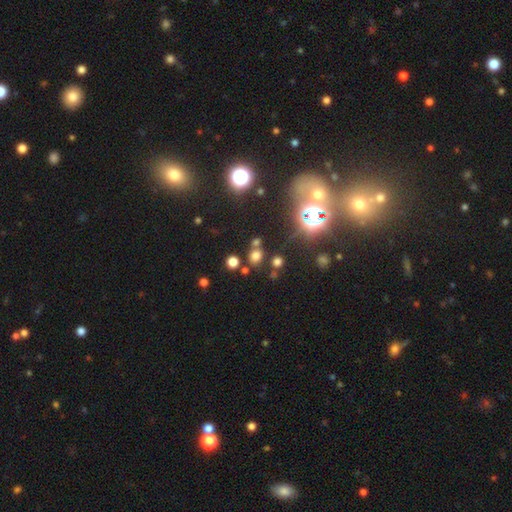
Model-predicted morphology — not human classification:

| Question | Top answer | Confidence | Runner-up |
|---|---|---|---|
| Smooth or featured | smooth | 58% | star or artifact (33%) |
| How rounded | round | 71% | in between (28%) |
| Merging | none | 69% | merger (18%) |